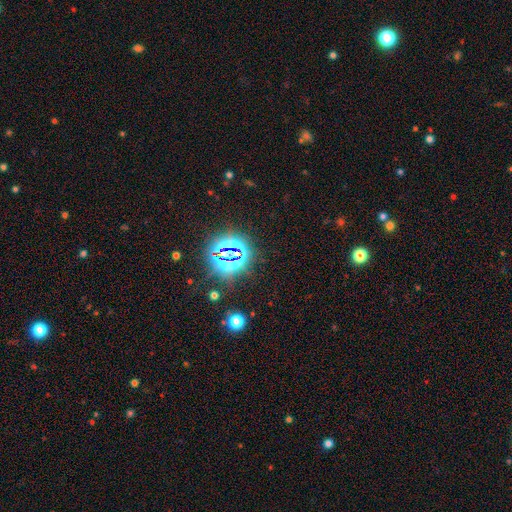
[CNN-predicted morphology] Overall: star or artifact (80%).